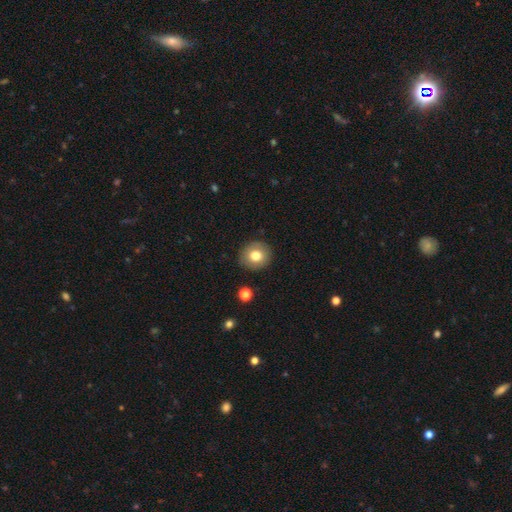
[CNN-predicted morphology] Smooth or featured? Predicted: smooth (p=0.78). How rounded? Predicted: round (p=0.88). Merging? Predicted: none (p=0.89).